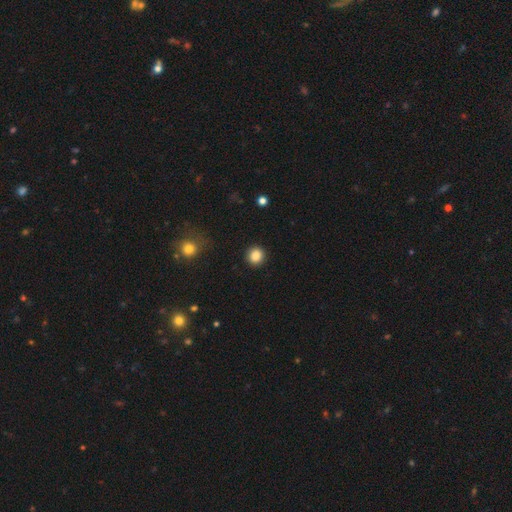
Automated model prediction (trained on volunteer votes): smooth_or_featured: smooth (p=0.86) [alt: star or artifact p=0.10]
how_rounded: round (p=0.93) [alt: in between p=0.06]
merging: none (p=0.92) [alt: minor disturbance p=0.05]